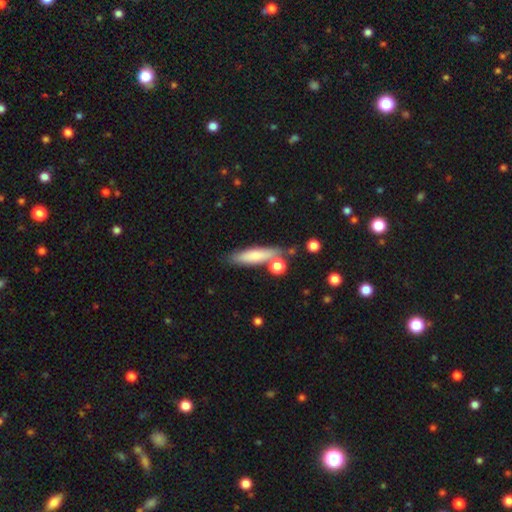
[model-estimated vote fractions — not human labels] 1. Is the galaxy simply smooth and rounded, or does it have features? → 74% smooth, 19% featured or disk, 7% star or artifact.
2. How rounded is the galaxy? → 75% cigar-shaped, 23% in between, 2% round.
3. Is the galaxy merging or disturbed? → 71% none, 14% minor disturbance, 10% merger, 4% major disturbance.